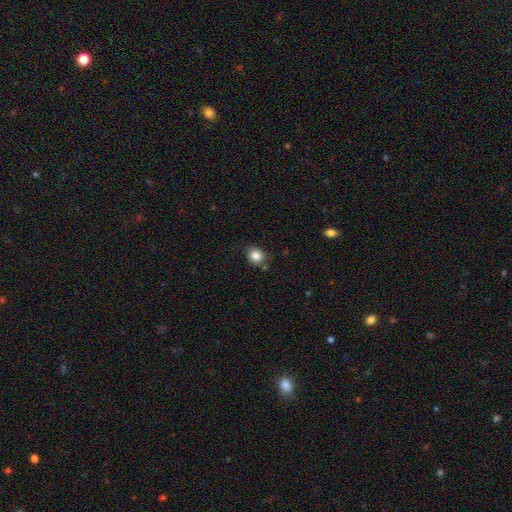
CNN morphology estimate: The model was most divided on "how rounded": round: 78%, in between: 21%, cigar-shaped: 1%. More confident: smooth or featured — smooth (84%); merging — none (77%).